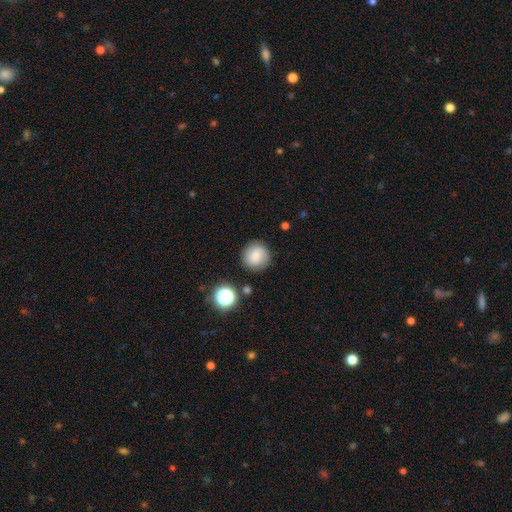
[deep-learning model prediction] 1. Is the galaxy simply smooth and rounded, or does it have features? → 77% smooth, 13% featured or disk, 10% star or artifact.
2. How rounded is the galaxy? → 92% round, 7% in between, 1% cigar-shaped.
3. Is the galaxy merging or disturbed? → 83% none, 11% minor disturbance, 3% major disturbance, 3% merger.